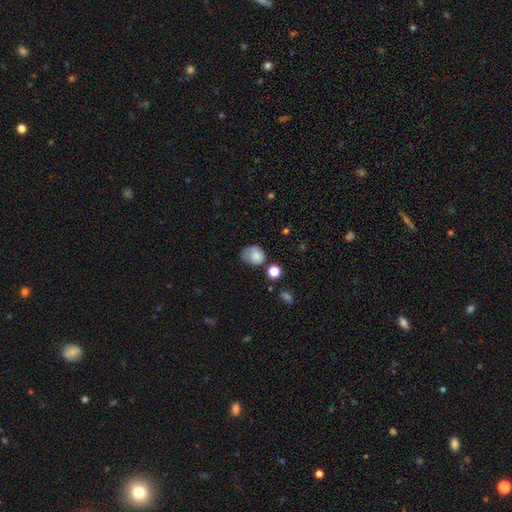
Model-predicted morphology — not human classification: Smooth or featured? Predicted: smooth (p=0.79). How rounded? Predicted: round (p=0.55). Merging? Predicted: none (p=0.47).